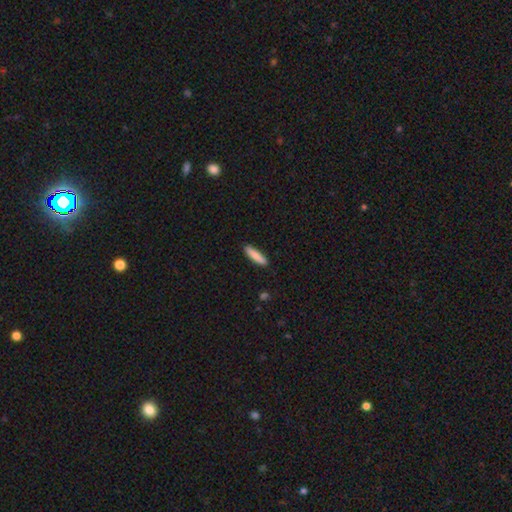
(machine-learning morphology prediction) smooth_or_featured: smooth (p=0.85) [alt: featured or disk p=0.10]
how_rounded: cigar-shaped (p=0.77) [alt: in between p=0.21]
merging: none (p=0.89) [alt: minor disturbance p=0.08]